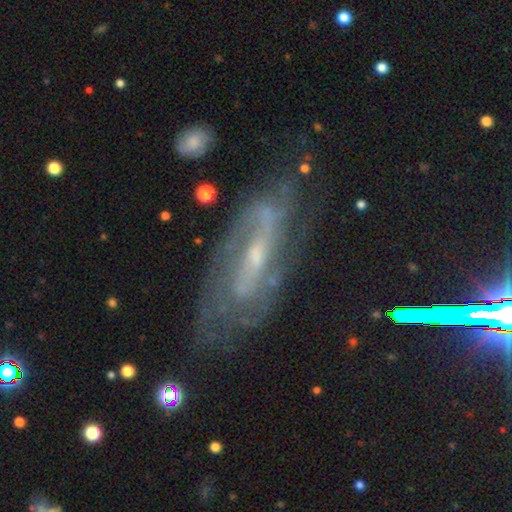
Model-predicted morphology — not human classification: Smooth or featured: featured or disk — 82% (star or artifact — 10%)
Edge-on disk: no — 84% (yes — 16%)
Bar: weak — 42% (strong — 33%)
Spiral arms: yes — 90% (no — 10%)
Spiral winding: tight — 42% (medium — 40%)
Spiral arm count: 2 — 51% (can't tell — 31%)
Bulge size: small — 66% (moderate — 27%)
Merging: none — 68% (minor disturbance — 19%)